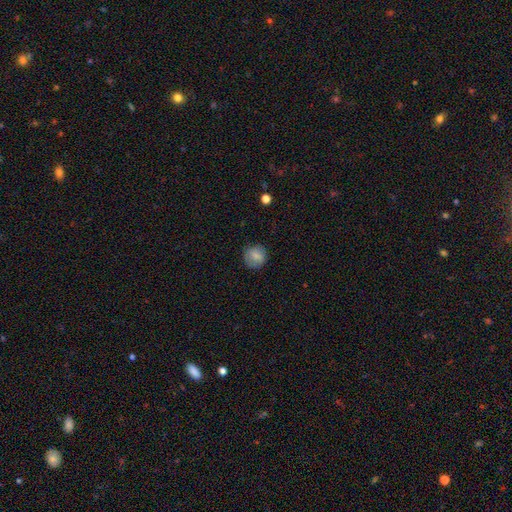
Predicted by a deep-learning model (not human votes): smooth-or-featured: smooth: 79% | featured or disk: 13% | star or artifact: 8%
  how-rounded: round: 88% | in between: 11% | cigar-shaped: 1%
  merging: none: 82% | minor disturbance: 13% | major disturbance: 3% | merger: 1%